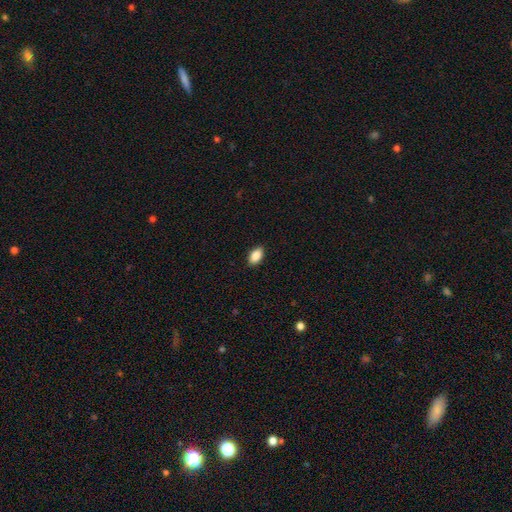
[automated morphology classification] A smooth galaxy with no disk features (87%) that is in between round and cigar-shaped (92%).

Vote fractions:
- Smooth or featured? smooth: 87% / star or artifact: 7% / featured or disk: 5%
- How rounded? in between: 92% / round: 5% / cigar-shaped: 3%
- Merging? none: 89% / minor disturbance: 8% / major disturbance: 2% / merger: 1%